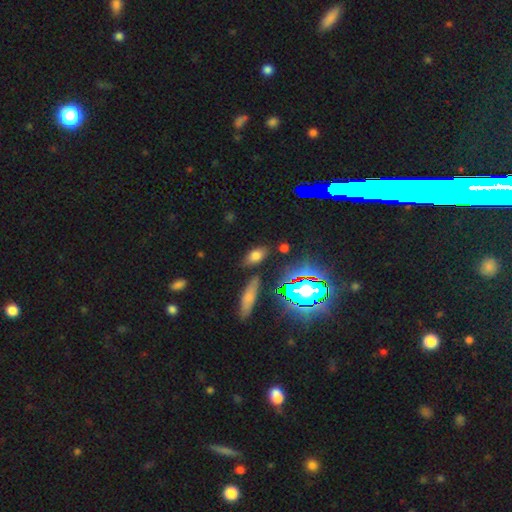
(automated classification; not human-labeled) Overall: smooth (69%). How rounded: in between (85%). Merging: none (77%).